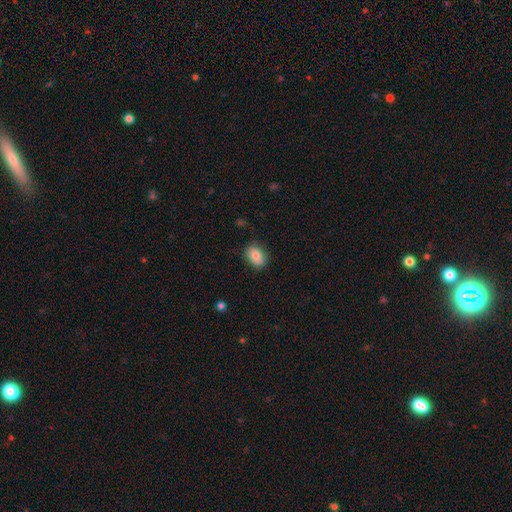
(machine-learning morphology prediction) Q: Smooth or featured?
A: smooth (82%); runner-up: featured or disk (10%)
Q: How rounded?
A: in between (80%); runner-up: round (18%)
Q: Merging?
A: none (83%); runner-up: minor disturbance (14%)